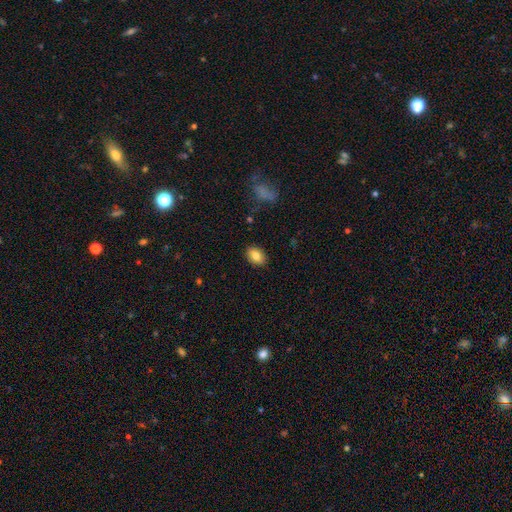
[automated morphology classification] Smooth or featured: smooth — 84% (featured or disk — 8%)
How rounded: in between — 85% (round — 14%)
Merging: none — 88% (minor disturbance — 8%)